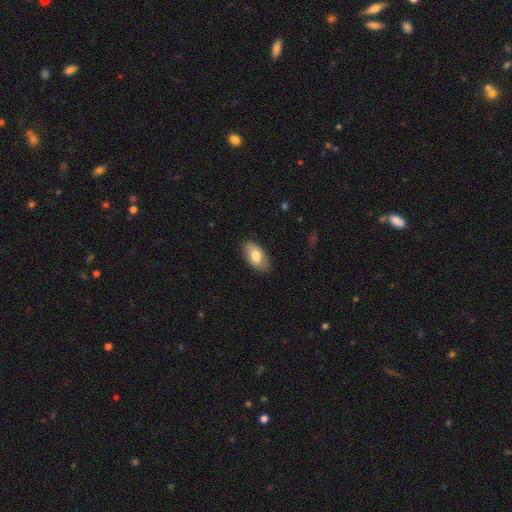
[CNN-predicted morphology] This is likely a smooth galaxy (76%). How rounded: clearly in between (94%). Merging: clearly none (84%).